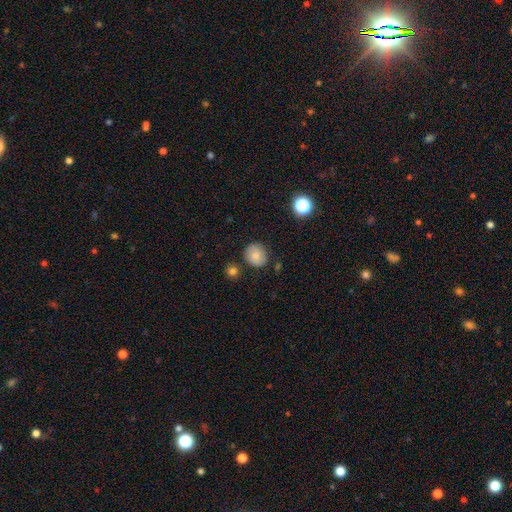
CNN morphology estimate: smooth_or_featured: smooth (p=0.82) [alt: star or artifact p=0.10]
how_rounded: round (p=0.75) [alt: in between p=0.24]
merging: none (p=0.80) [alt: minor disturbance p=0.13]